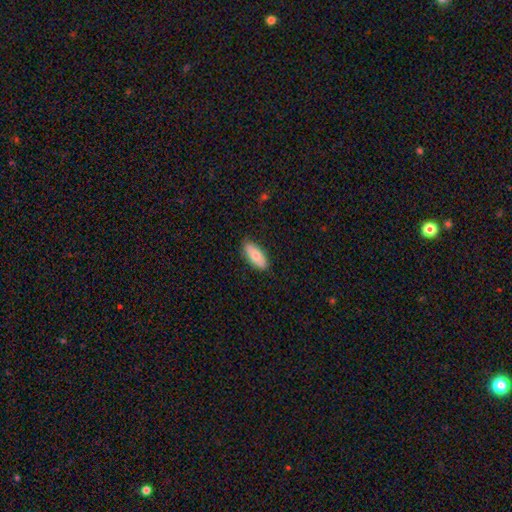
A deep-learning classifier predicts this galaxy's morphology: smooth_or_featured: smooth (p=0.78) [alt: featured or disk p=0.17]
how_rounded: in between (p=0.80) [alt: cigar-shaped p=0.18]
merging: none (p=0.86) [alt: minor disturbance p=0.11]